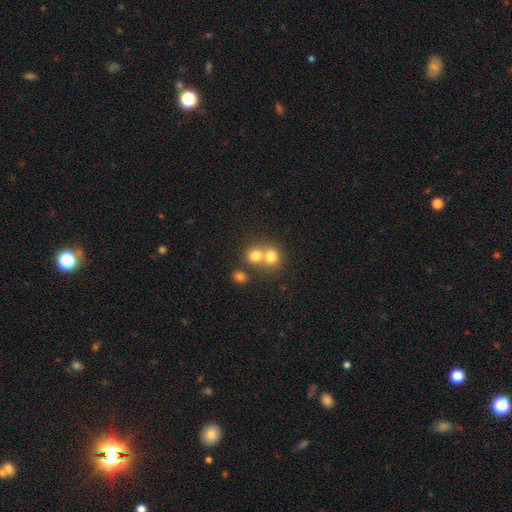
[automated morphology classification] Smooth or featured? smooth (75%)
How rounded? round (76%)
Merging? merger (56%)